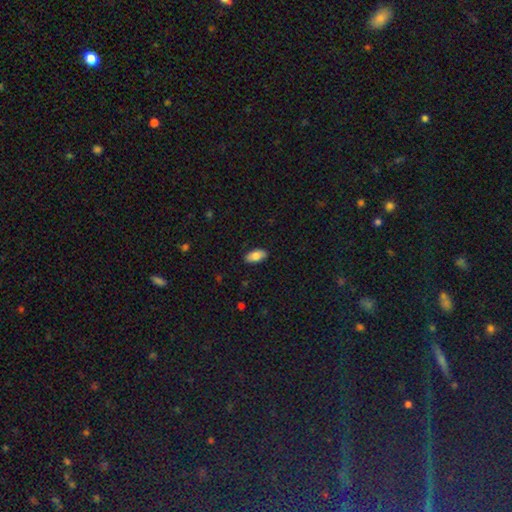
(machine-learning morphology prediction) A smooth galaxy with no disk features (82%) that is in between round and cigar-shaped (92%). Merging: none (88%).